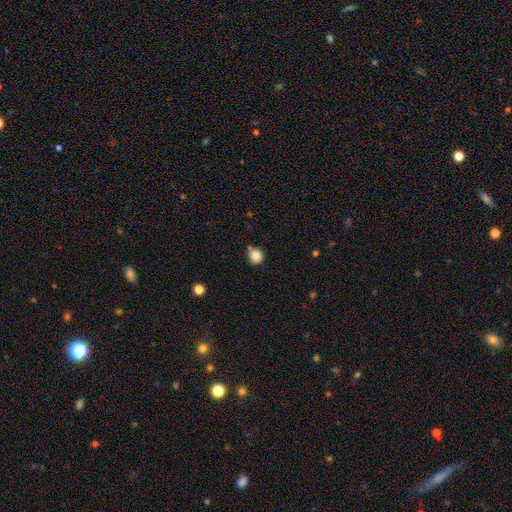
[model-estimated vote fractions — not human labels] Smooth or featured: smooth — 84% (star or artifact — 10%)
How rounded: round — 87% (in between — 12%)
Merging: none — 78% (minor disturbance — 14%)